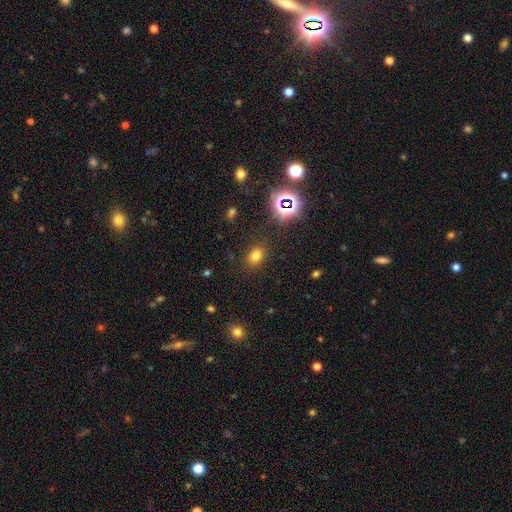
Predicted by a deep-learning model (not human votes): smooth 71%, star or artifact 21%, featured or disk 7%. Down the decision tree: how rounded — in between (53%); merging — none (85%).